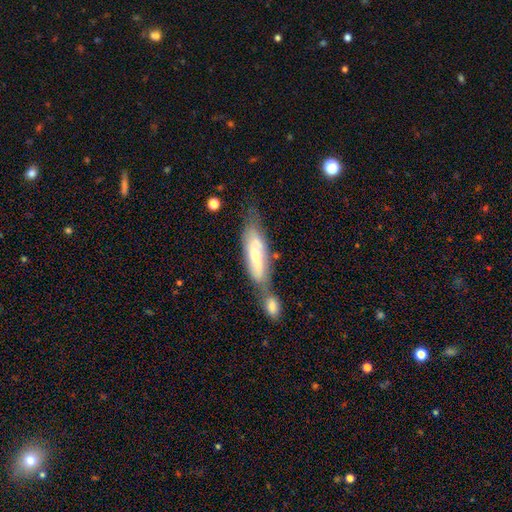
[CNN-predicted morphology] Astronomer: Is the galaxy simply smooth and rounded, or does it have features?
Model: smooth — 48% (runner-up: featured or disk, 46%).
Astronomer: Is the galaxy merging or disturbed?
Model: merger — 42% (runner-up: none, 35%).